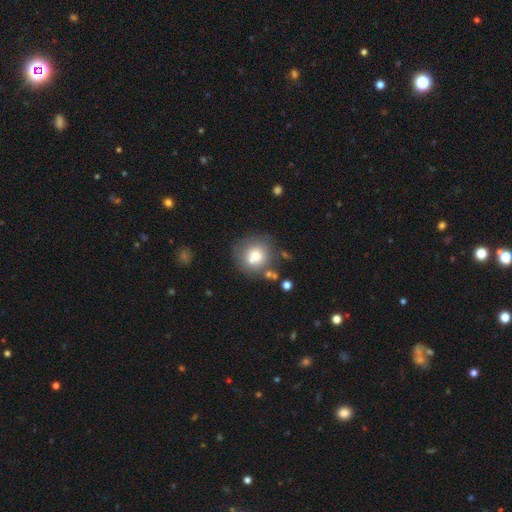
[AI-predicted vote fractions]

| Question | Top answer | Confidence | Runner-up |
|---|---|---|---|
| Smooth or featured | smooth | 73% | featured or disk (17%) |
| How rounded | round | 88% | in between (11%) |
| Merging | none | 60% | minor disturbance (17%) |